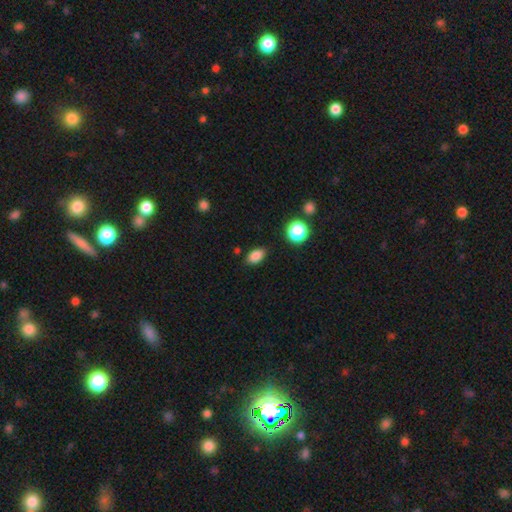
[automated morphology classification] Smooth or featured: smooth — 86% (star or artifact — 10%)
How rounded: in between — 86% (round — 11%)
Merging: none — 85% (minor disturbance — 11%)